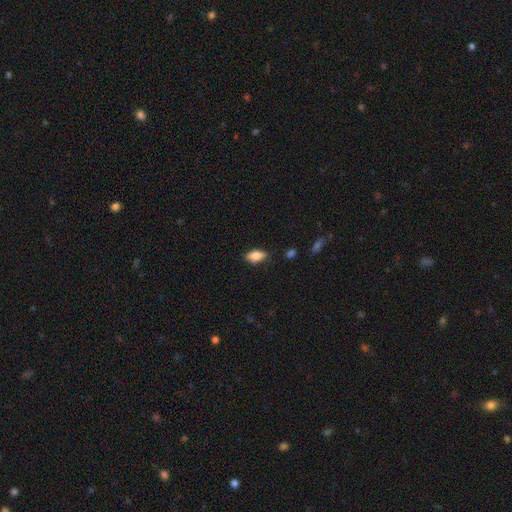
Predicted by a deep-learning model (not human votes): Smooth or featured?
  - smooth: 84% *
  - featured or disk: 9%
  - star or artifact: 7%
How rounded?
  - in between: 89% *
  - cigar-shaped: 7%
  - round: 4%
Merging?
  - none: 78% *
  - minor disturbance: 17%
  - major disturbance: 3%
  - merger: 2%